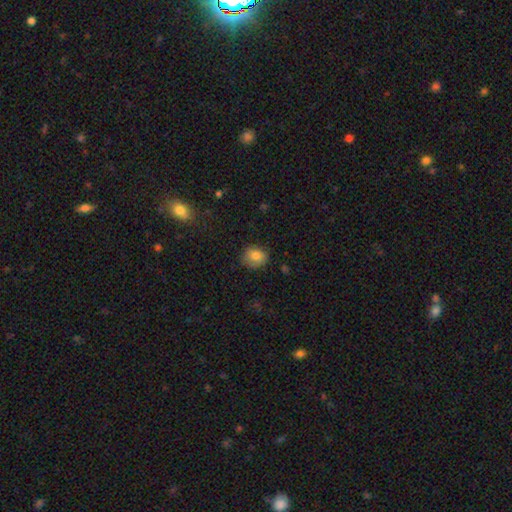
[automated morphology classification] Smooth or featured? smooth (79%)
How rounded? round (59%)
Merging? none (73%)